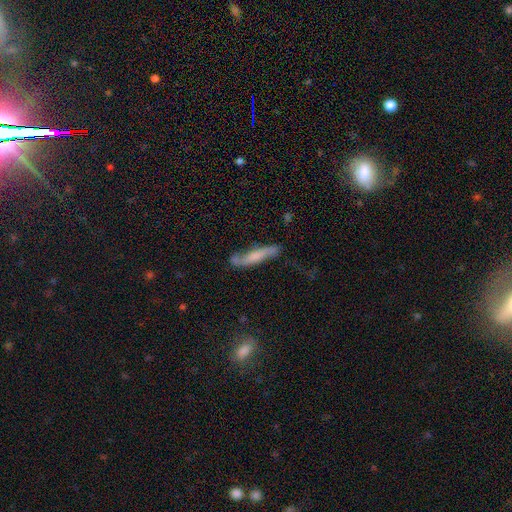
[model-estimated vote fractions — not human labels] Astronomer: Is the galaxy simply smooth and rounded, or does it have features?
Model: featured or disk — 51% (runner-up: smooth, 42%).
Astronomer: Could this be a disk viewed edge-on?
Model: yes — 56% (runner-up: no, 44%).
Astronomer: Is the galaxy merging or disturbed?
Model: none — 62%.